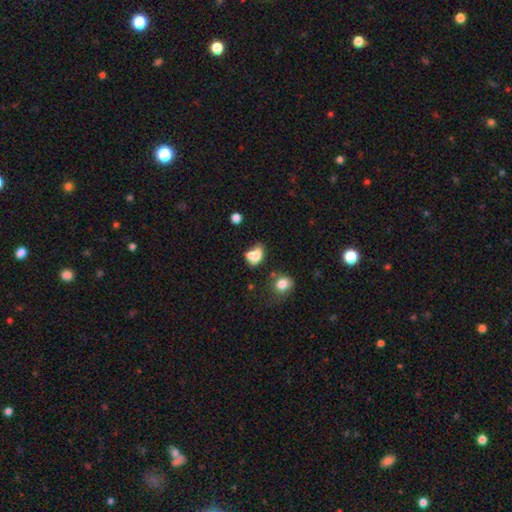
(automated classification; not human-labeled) The model was most divided on "merging": merger: 43%, none: 27%, minor disturbance: 18%, major disturbance: 12%. More confident: smooth or featured — smooth (73%); how rounded — in between (70%).